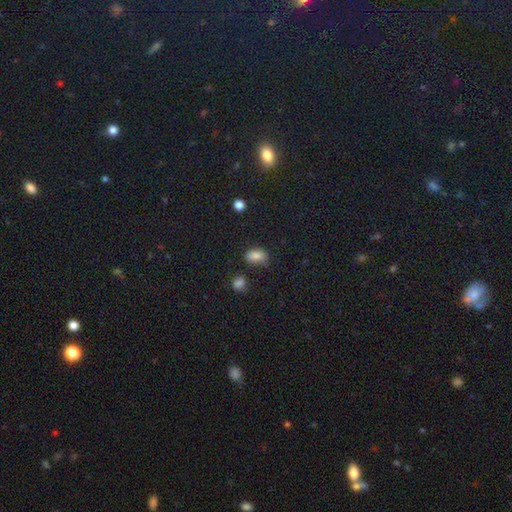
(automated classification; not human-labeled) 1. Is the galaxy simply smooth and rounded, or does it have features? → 81% smooth, 11% star or artifact, 7% featured or disk.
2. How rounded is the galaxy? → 82% in between, 16% round, 2% cigar-shaped.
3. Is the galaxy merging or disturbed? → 69% none, 21% minor disturbance, 5% merger, 5% major disturbance.